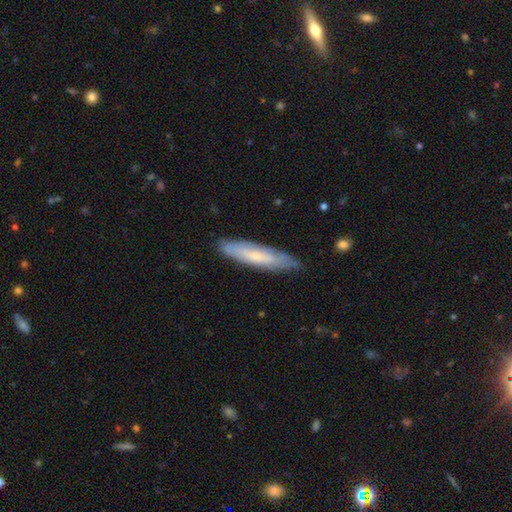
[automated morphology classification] This is possibly a smooth galaxy (48%). Merging: clearly none (82%).